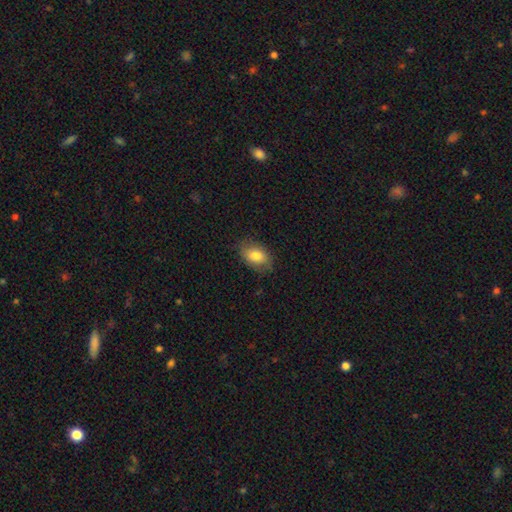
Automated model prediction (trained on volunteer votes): This is clearly a smooth galaxy (81%). How rounded: clearly in between (85%). Merging: likely none (79%).